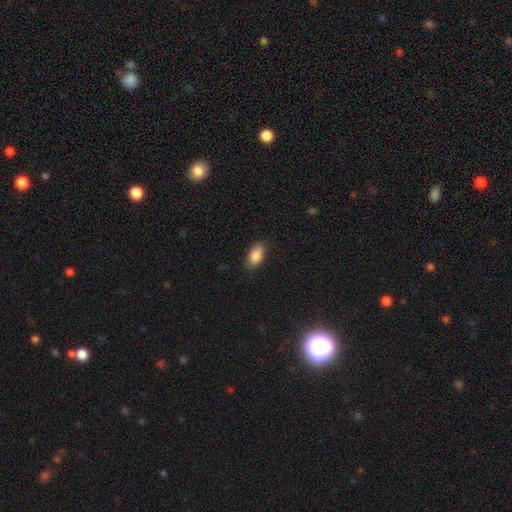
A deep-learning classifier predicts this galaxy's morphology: Overall: smooth (88%). How rounded: in between (92%). Merging: none (82%).